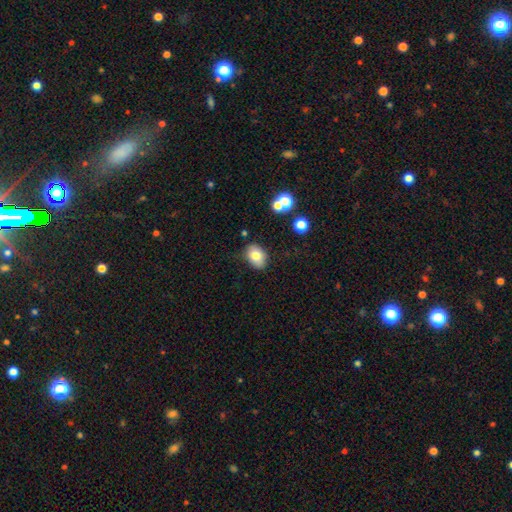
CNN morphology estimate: Smooth or featured: smooth — 78% (featured or disk — 12%)
How rounded: in between — 74% (round — 25%)
Merging: none — 77% (minor disturbance — 17%)